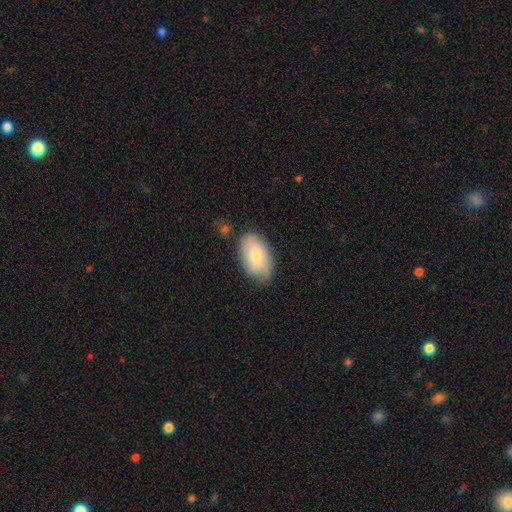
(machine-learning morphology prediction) smooth-or-featured: smooth: 75% | featured or disk: 19% | star or artifact: 6%
  how-rounded: in between: 94% | round: 5% | cigar-shaped: 2%
  merging: none: 74% | minor disturbance: 19% | major disturbance: 4% | merger: 3%